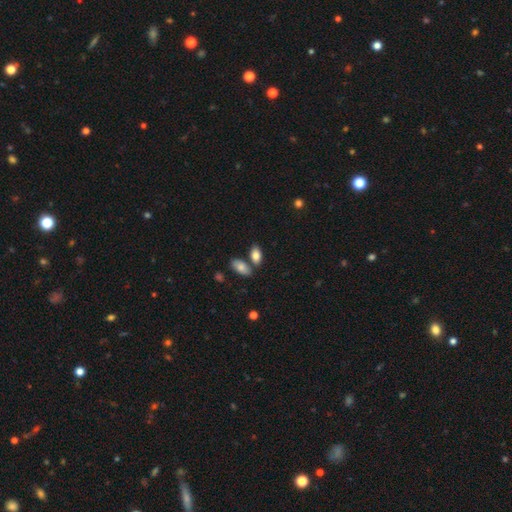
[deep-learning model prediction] Smooth or featured?
  - smooth: 83% *
  - featured or disk: 10%
  - star or artifact: 7%
How rounded?
  - in between: 91% *
  - cigar-shaped: 5%
  - round: 4%
Merging?
  - none: 65% *
  - merger: 22%
  - minor disturbance: 11%
  - major disturbance: 3%